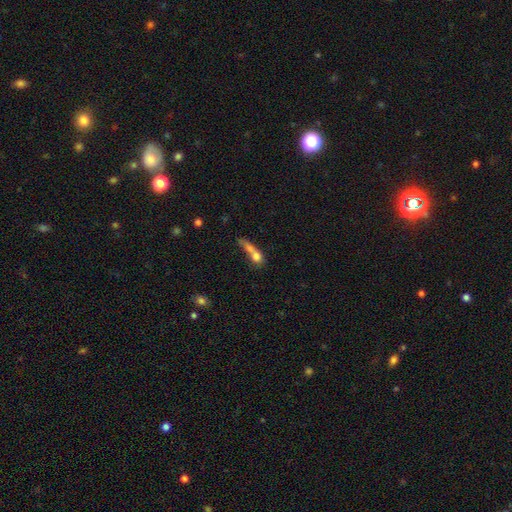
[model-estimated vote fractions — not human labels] Morphology: type=smooth (66%); roundness=round (36%, tied with in between); merging=merger (53%).